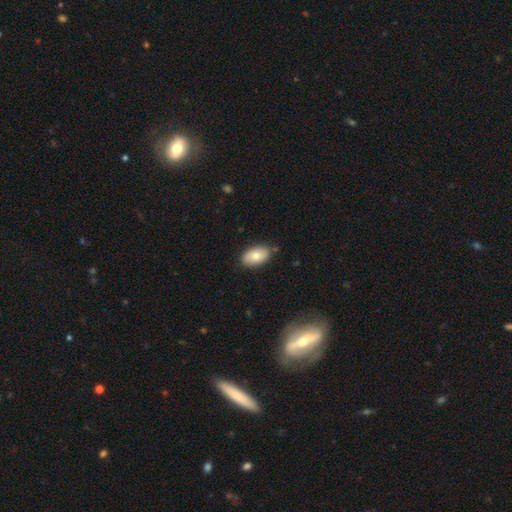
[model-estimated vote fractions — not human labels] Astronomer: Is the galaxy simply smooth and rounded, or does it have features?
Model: smooth — 76%.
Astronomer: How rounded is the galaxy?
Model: in between — 93%.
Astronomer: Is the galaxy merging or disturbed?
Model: none — 85%.